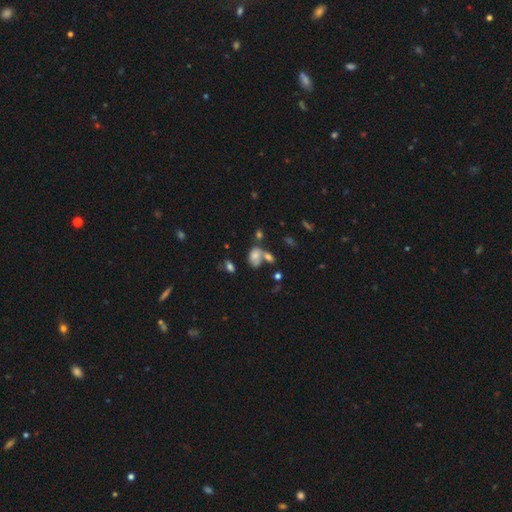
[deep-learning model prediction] smooth-or-featured: smooth: 66% | featured or disk: 19% | star or artifact: 14%
  how-rounded: in between: 80% | round: 18% | cigar-shaped: 2%
  merging: merger: 40% | none: 34% | minor disturbance: 16% | major disturbance: 10%